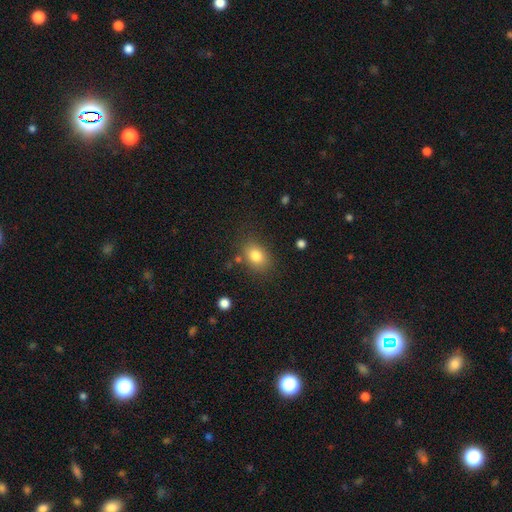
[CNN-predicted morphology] A smooth galaxy with no disk features (81%) that is in between round and cigar-shaped (65%). Merging: none (79%).